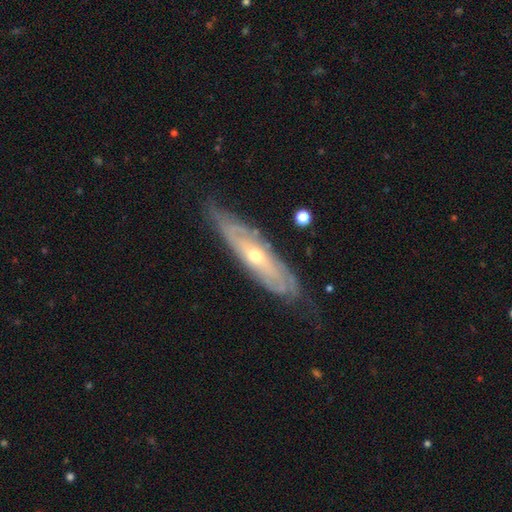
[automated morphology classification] Smooth or featured?
  - featured or disk: 79% *
  - smooth: 15%
  - star or artifact: 6%
Edge-on disk?
  - no: 67% *
  - yes: 33%
Bar?
  - no: 72% *
  - weak: 21%
  - strong: 7%
Spiral arms?
  - yes: 79% *
  - no: 21%
Bulge size?
  - moderate: 51% *
  - small: 46%
  - large: 2%
  - none: 1%
  - dominant: 1%
Merging?
  - none: 72% *
  - minor disturbance: 21%
  - major disturbance: 6%
  - merger: 2%